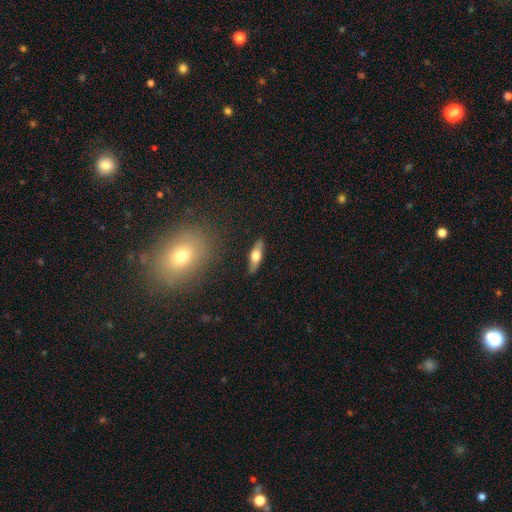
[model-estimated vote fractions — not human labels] Morphology: type=smooth (55%); roundness=in between (49%); merging=none (88%).